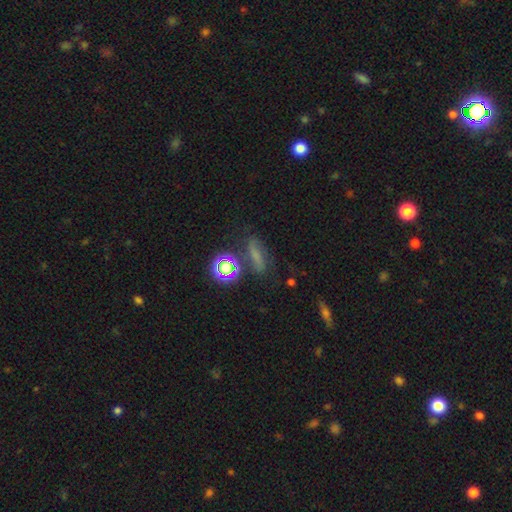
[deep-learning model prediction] smooth 49%, star or artifact 29%, featured or disk 22%. Down the decision tree: merging — none (63%).